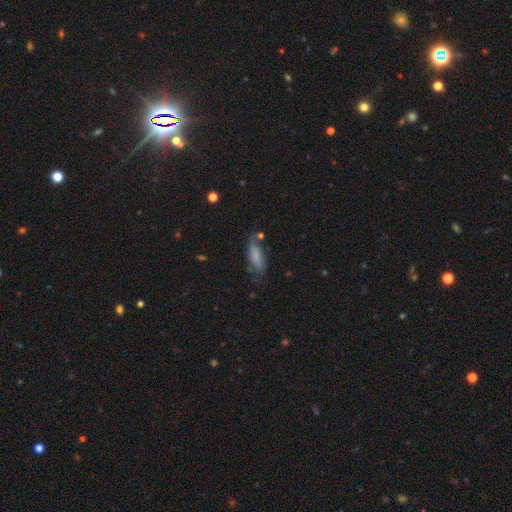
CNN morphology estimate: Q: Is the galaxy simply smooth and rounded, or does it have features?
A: smooth — 76%.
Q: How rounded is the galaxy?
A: in between — 65%.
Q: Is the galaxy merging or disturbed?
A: none — 55%.